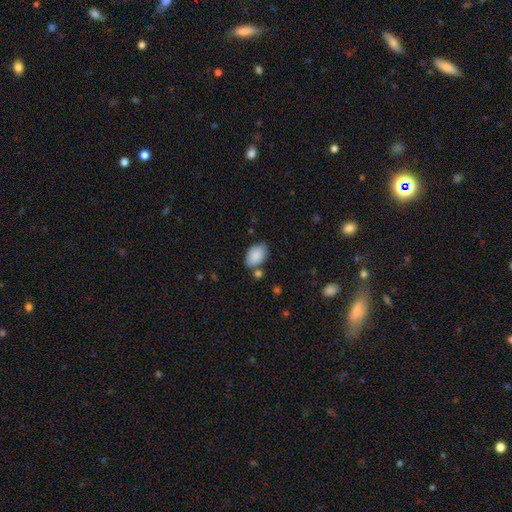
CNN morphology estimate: Smooth or featured: smooth — 88% (star or artifact — 6%)
How rounded: in between — 91% (round — 8%)
Merging: none — 69% (minor disturbance — 17%)